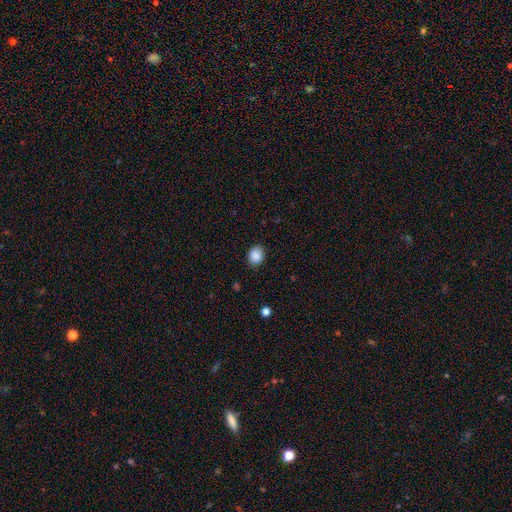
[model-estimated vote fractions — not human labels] smooth-or-featured: smooth: 88% | star or artifact: 8% | featured or disk: 3%
  how-rounded: round: 50% (tied) | in between: 50% (tied) | cigar-shaped: 1%
  merging: none: 86% | minor disturbance: 10% | major disturbance: 2% | merger: 1%